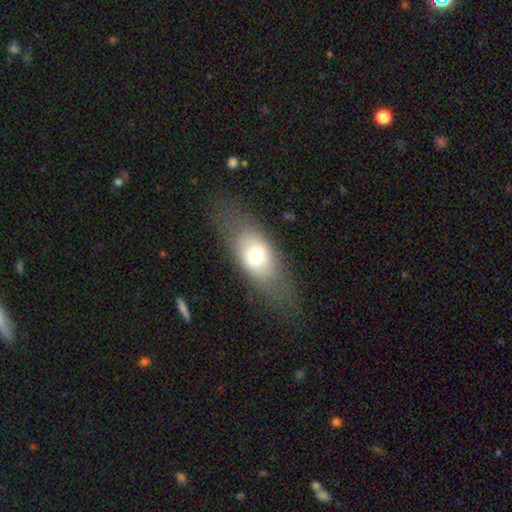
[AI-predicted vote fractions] Smooth or featured? smooth (65%)
How rounded? in between (83%)
Merging? none (68%)